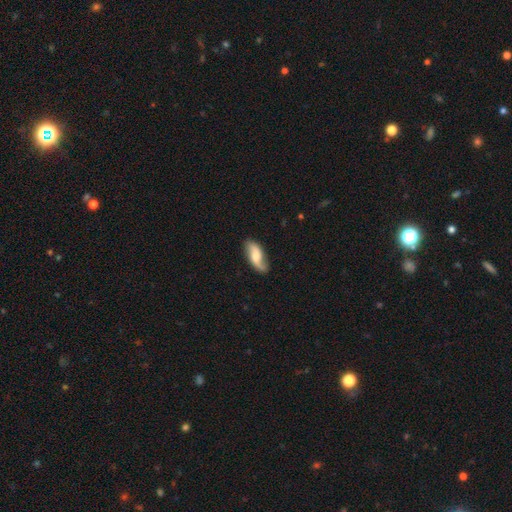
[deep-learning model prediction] smooth-or-featured: featured or disk: 59% | smooth: 35% | star or artifact: 6%
  disk-edge-on: no: 90% | yes: 10%
    bar: no: 51% | weak: 37% | strong: 12%
    has-spiral-arms: yes: 92% | no: 8%
    bulge-size: moderate: 47% | small: 24% | large: 17% | none: 9% | dominant: 3%
  merging: none: 75% | minor disturbance: 18% | major disturbance: 5% | merger: 2%